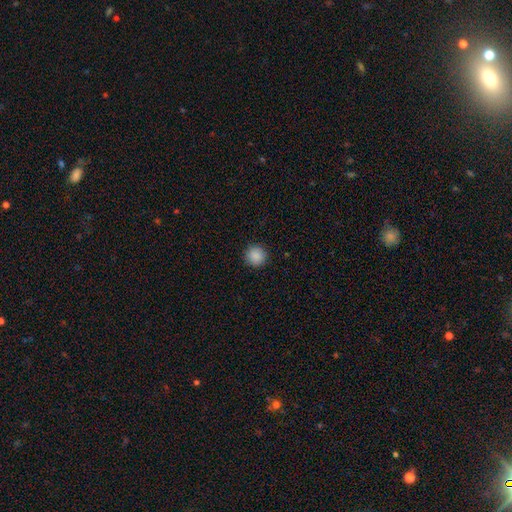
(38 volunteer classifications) This is clearly a smooth galaxy (89%). How rounded: clearly round (94%). Merging: clearly none (97%).